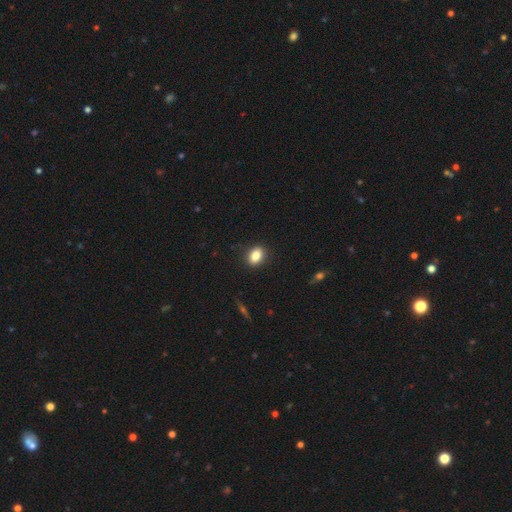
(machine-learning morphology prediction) smooth 84%, star or artifact 9%, featured or disk 7%. Down the decision tree: how rounded — in between (75%); merging — none (88%).